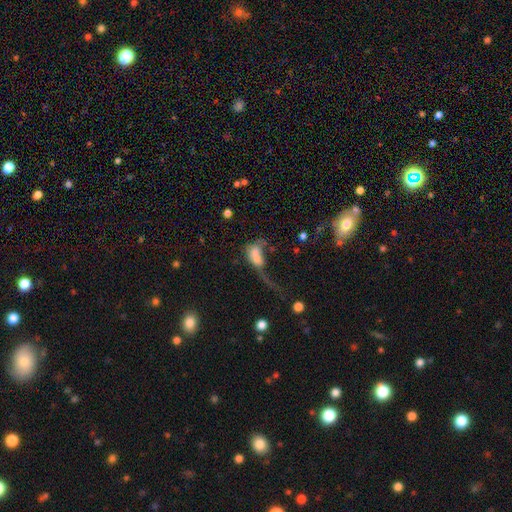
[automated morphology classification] This is likely a smooth galaxy (60%). How rounded: clearly in between (84%). Merging: possibly major disturbance (59%).